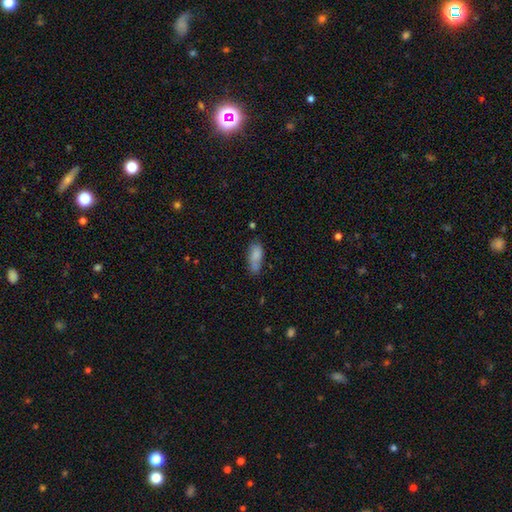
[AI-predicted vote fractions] smooth 80%, featured or disk 12%, star or artifact 8%. Down the decision tree: how rounded — in between (80%); merging — none (53%).